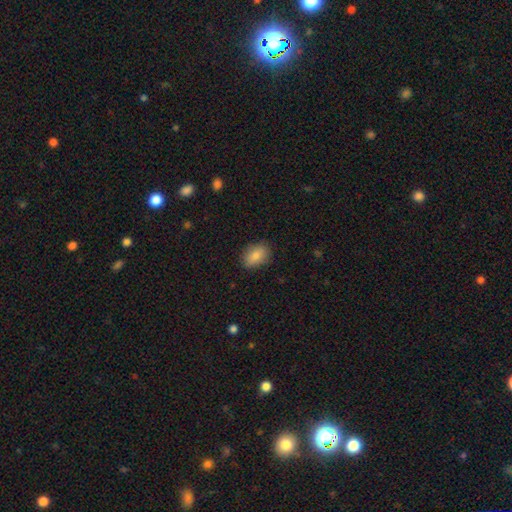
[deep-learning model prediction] Smooth or featured? Predicted: smooth (p=0.83). How rounded? Predicted: in between (p=0.80). Merging? Predicted: none (p=0.84).